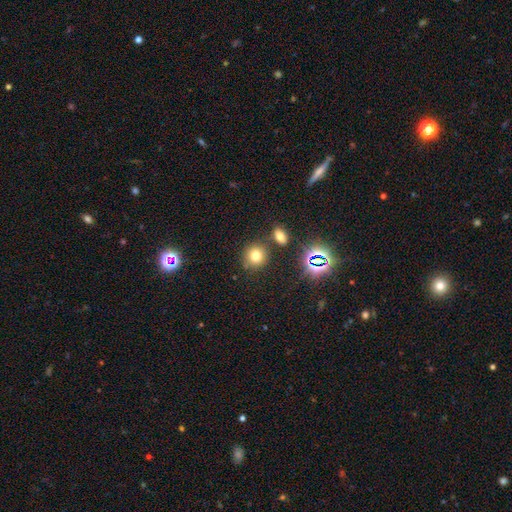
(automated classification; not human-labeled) A smooth galaxy with no disk features (71%) that is round (87%). Merging: none (77%).